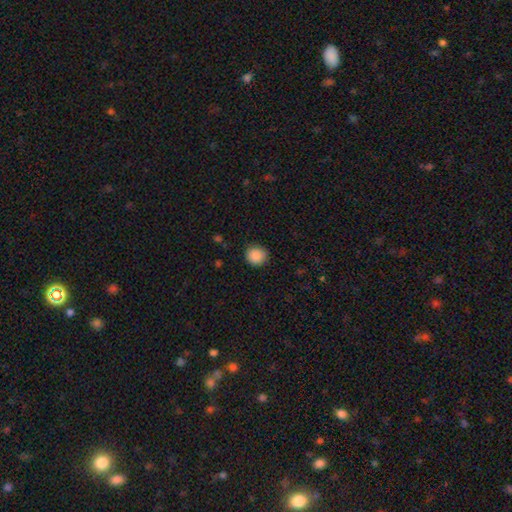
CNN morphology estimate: type=smooth (89%); roundness=round (88%); merging=none (87%).